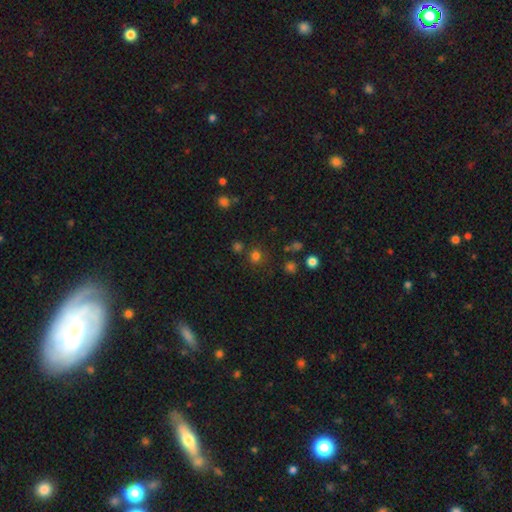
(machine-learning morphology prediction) Smooth or featured? smooth (73%)
How rounded? round (87%)
Merging? none (79%)